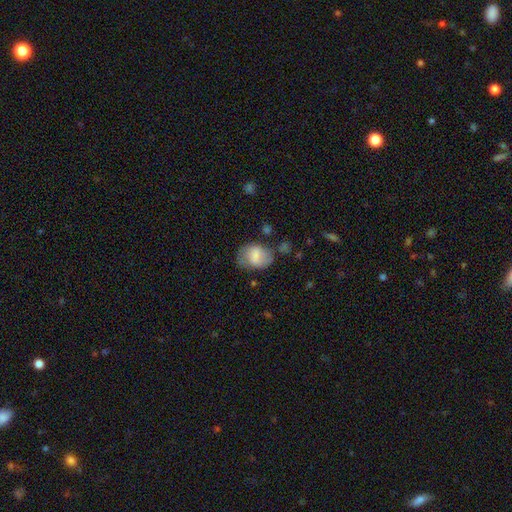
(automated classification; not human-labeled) This appears to be a smooth galaxy with no disk features (71%) that is in between round and cigar-shaped (66%). Merging: none (53%).